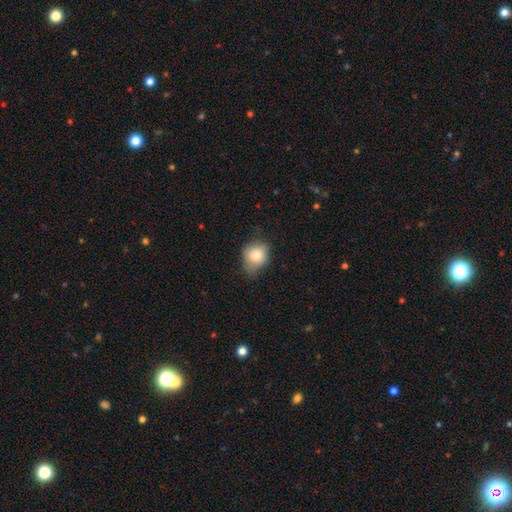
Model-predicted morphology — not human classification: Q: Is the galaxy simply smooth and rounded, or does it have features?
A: smooth — 79%.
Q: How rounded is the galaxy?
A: round — 61%.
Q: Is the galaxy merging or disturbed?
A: none — 54%.